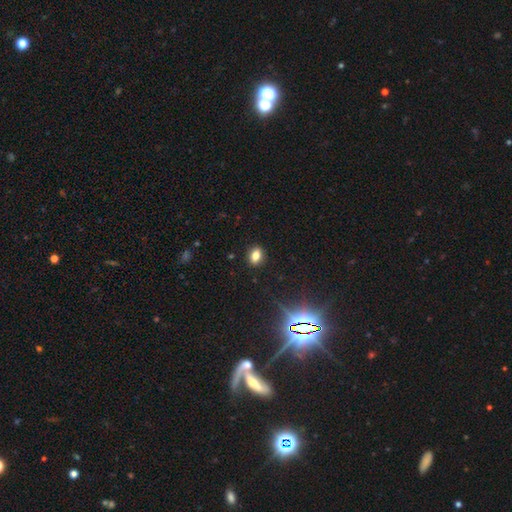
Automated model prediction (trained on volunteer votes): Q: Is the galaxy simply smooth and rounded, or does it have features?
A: smooth — 76%.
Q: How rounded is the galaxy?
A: in between — 73%.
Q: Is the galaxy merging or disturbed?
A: none — 89%.